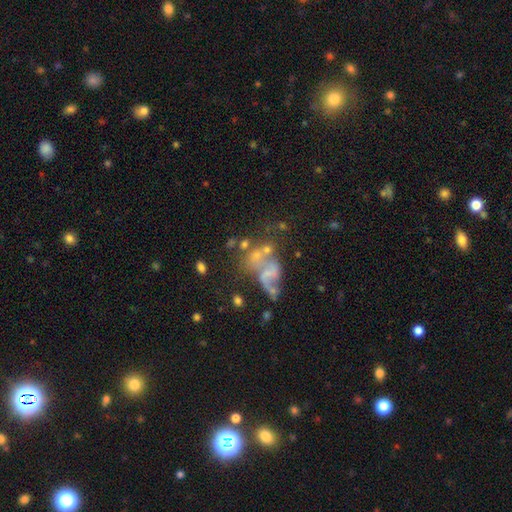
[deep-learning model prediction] Smooth or featured? featured or disk (57%)
Edge-on disk? no (97%)
Bar? no (78%)
Spiral arms? no (69%)
Bulge size? none (64%)
Merging? merger (32%, tied with major disturbance)